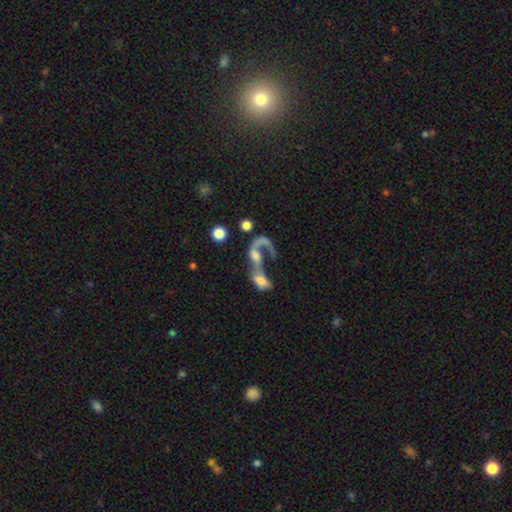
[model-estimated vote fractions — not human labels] Q: Smooth or featured?
A: featured or disk (62%); runner-up: smooth (25%)
Q: Edge-on disk?
A: no (93%); runner-up: yes (7%)
Q: Bar?
A: no (66%); runner-up: weak (24%)
Q: Spiral arms?
A: yes (64%); runner-up: no (36%)
Q: Bulge size?
A: moderate (33%); runner-up: small (29%)
Q: Merging?
A: merger (68%); runner-up: major disturbance (16%)